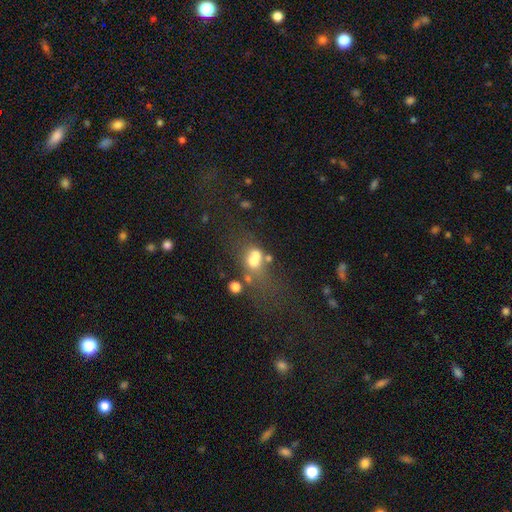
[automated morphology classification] smooth 55%, featured or disk 27%, star or artifact 18%. Down the decision tree: how rounded — round (50%); merging — merger (52%).